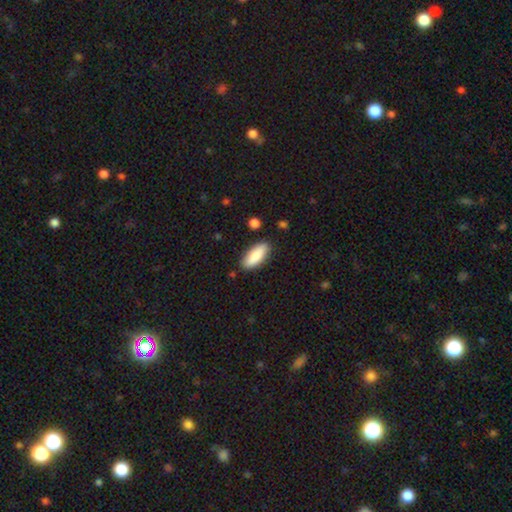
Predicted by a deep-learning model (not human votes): Smooth or featured: smooth — 85% (featured or disk — 10%)
How rounded: in between — 78% (cigar-shaped — 20%)
Merging: none — 85% (minor disturbance — 11%)